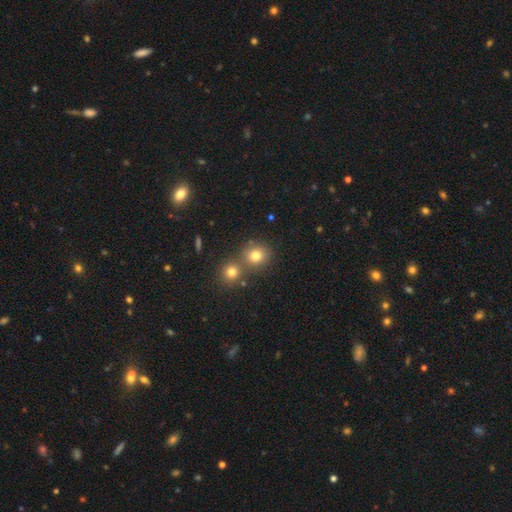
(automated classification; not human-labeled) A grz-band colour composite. It shows a smooth galaxy with no disk features (77%) that is round (85%). Merging: none (60%).